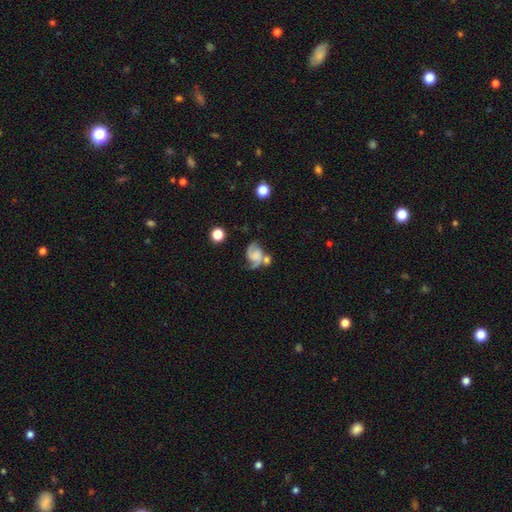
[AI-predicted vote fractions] featured or disk 68%, smooth 23%, star or artifact 9%. Down the decision tree: edge-on disk — no (98%); bar — no (66%); spiral arms — yes (91%); spiral arm count — 2 (80%); spiral winding — medium (44%); bulge size — none (45%); merging — none (36%).